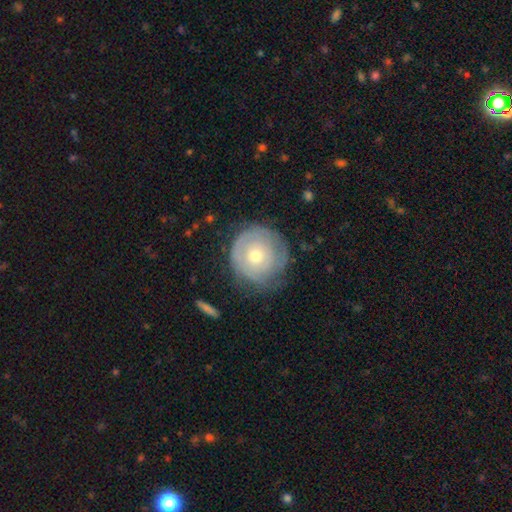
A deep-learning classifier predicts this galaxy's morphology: featured or disk 55%, smooth 38%, star or artifact 6%. Down the decision tree: edge-on disk — no (96%); bar — no (86%); spiral arms — yes (66%); bulge size — moderate (57%); merging — none (69%).